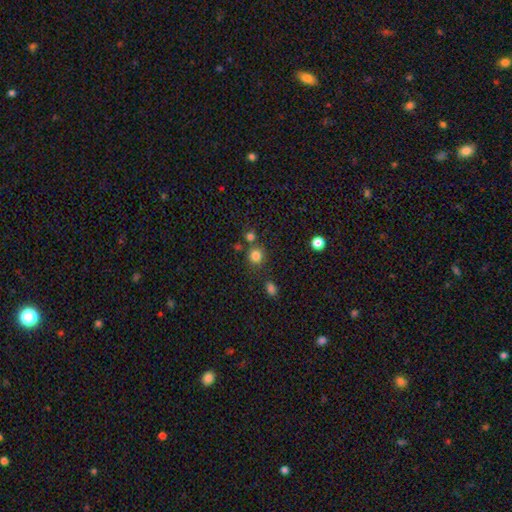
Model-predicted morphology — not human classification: Smooth or featured: smooth — 81% (star or artifact — 14%)
How rounded: round — 88% (in between — 11%)
Merging: none — 73% (merger — 13%)